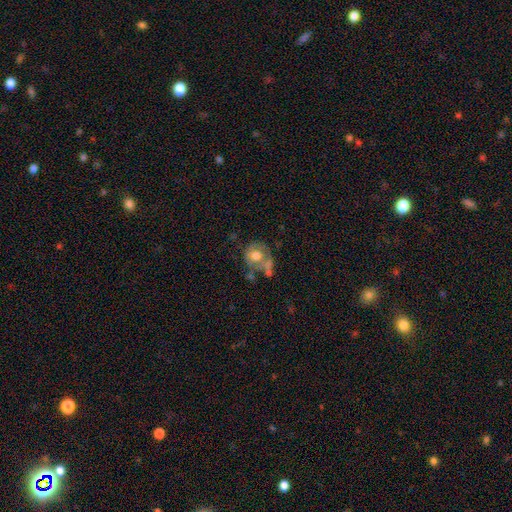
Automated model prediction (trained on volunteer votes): Smooth or featured?
  - smooth: 51% *
  - featured or disk: 41%
  - star or artifact: 8%
How rounded?
  - round: 74% *
  - in between: 25%
  - cigar-shaped: 1%
Merging?
  - none: 35% *
  - merger: 24%
  - minor disturbance: 22%
  - major disturbance: 20%